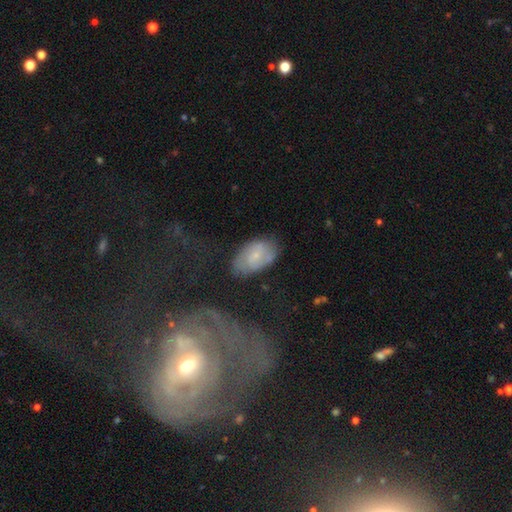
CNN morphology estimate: A smooth galaxy with no disk features (46%).

Vote fractions:
- Smooth or featured? smooth: 46% / featured or disk: 45% / star or artifact: 9%
- Merging? none: 68% / minor disturbance: 20% / major disturbance: 7% / merger: 5%